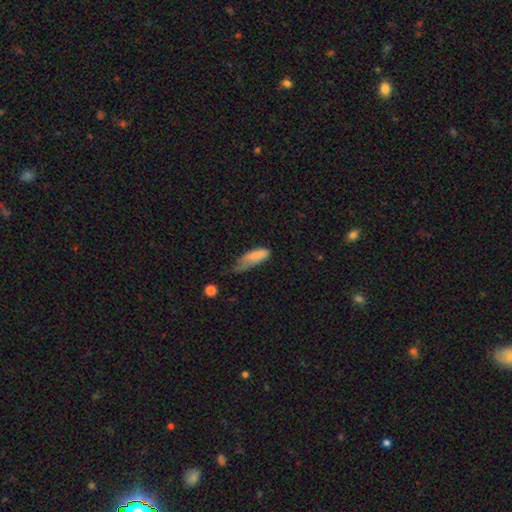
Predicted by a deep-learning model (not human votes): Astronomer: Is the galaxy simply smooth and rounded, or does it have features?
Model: smooth — 79%.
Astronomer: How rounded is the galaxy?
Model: in between — 70%.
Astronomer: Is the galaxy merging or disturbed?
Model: minor disturbance — 43% (runner-up: major disturbance, 33%).